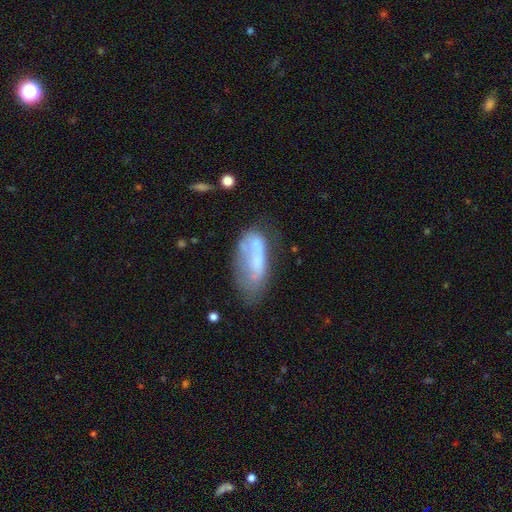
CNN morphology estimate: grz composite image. It shows a smooth galaxy with no disk features (52%) that is in between round and cigar-shaped (78%). Merging: none (34%).